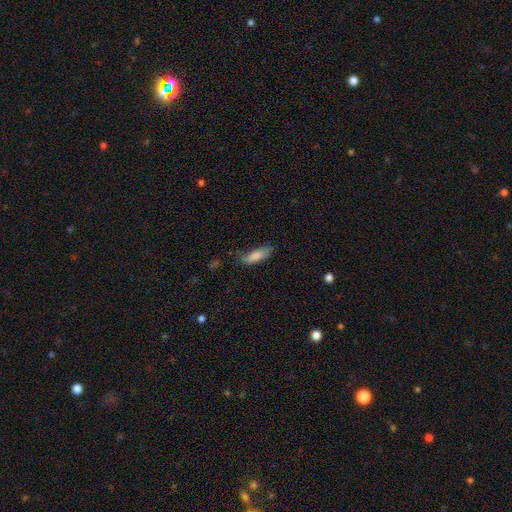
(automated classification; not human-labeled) smooth_or_featured: smooth (p=0.83) [alt: featured or disk p=0.11]
how_rounded: in between (p=0.60) [alt: cigar-shaped p=0.38]
merging: none (p=0.54) [alt: minor disturbance p=0.32]